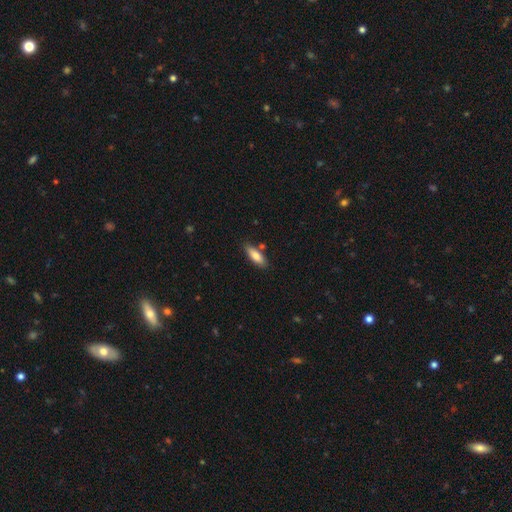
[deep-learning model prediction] Morphology: type=smooth (79%); roundness=in between (59%); merging=none (79%).